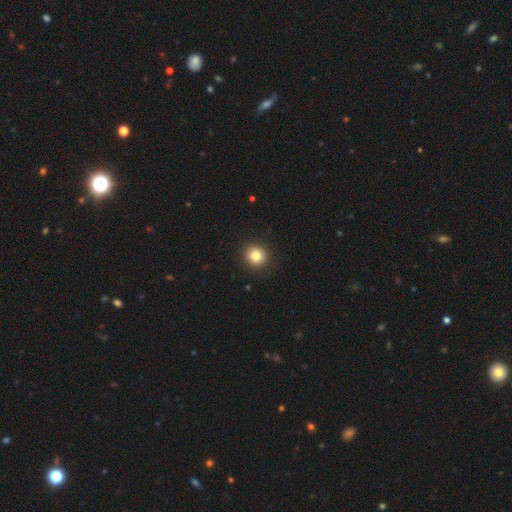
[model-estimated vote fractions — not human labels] This is clearly a smooth galaxy (82%). How rounded: clearly round (93%). Merging: clearly none (92%).